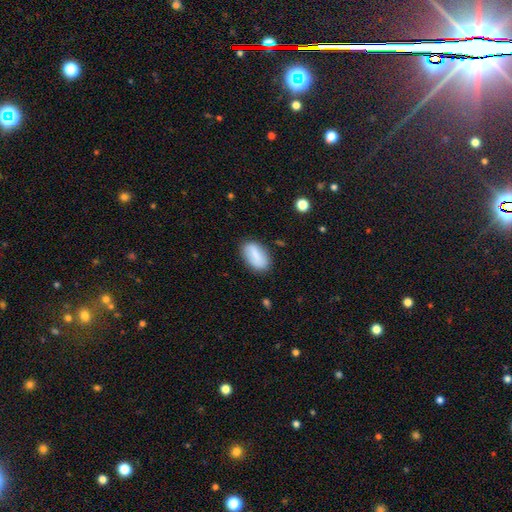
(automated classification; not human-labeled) The model was most divided on "smooth or featured": smooth: 78%, featured or disk: 15%, star or artifact: 7%. More confident: how rounded — in between (93%); merging — none (81%).